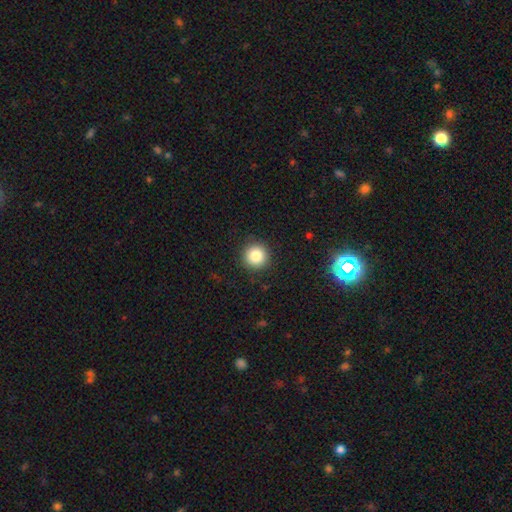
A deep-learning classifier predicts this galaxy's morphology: smooth 84%, star or artifact 11%, featured or disk 6%. Down the decision tree: how rounded — round (95%); merging — none (91%).